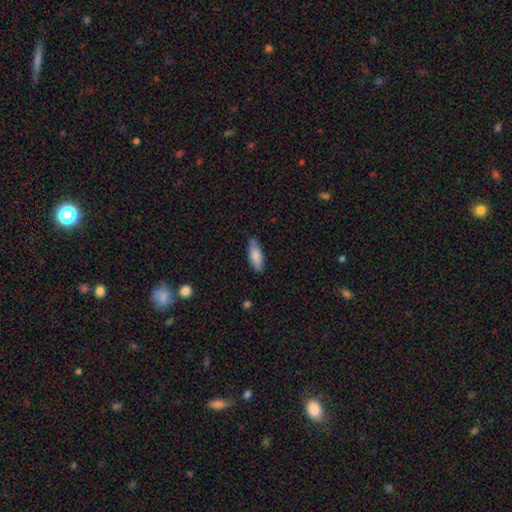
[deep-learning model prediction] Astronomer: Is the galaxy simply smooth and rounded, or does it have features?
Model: smooth — 82%.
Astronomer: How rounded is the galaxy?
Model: in between — 69%.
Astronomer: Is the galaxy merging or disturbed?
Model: none — 77%.